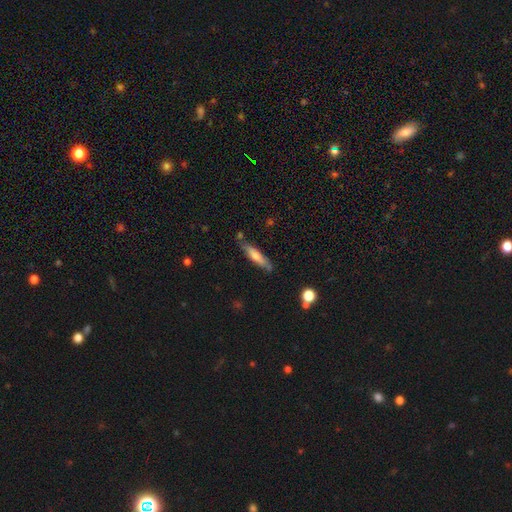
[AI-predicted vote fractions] The model was most divided on "smooth or featured": smooth: 63%, featured or disk: 31%, star or artifact: 6%. More confident: how rounded — cigar-shaped (82%); merging — none (75%).